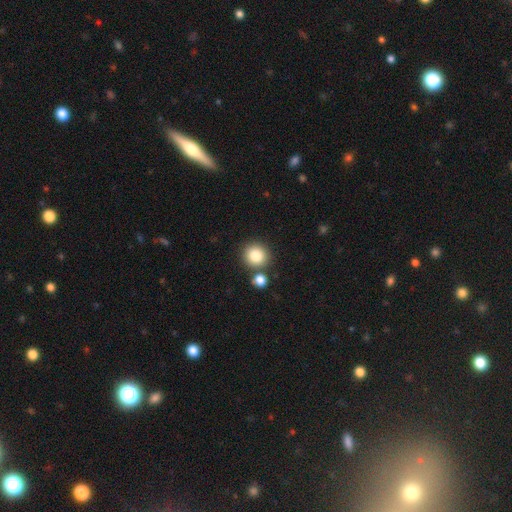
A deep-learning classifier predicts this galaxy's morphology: smooth-or-featured: smooth: 84% | star or artifact: 10% | featured or disk: 6%
  how-rounded: round: 90% | in between: 9% | cigar-shaped: 1%
  merging: none: 75% | merger: 15% | minor disturbance: 8% | major disturbance: 2%